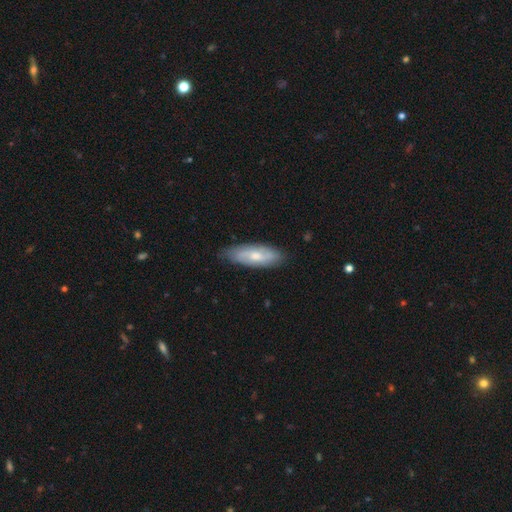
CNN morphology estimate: Smooth or featured? smooth (50%)
How rounded? in between (66%)
Merging? none (81%)